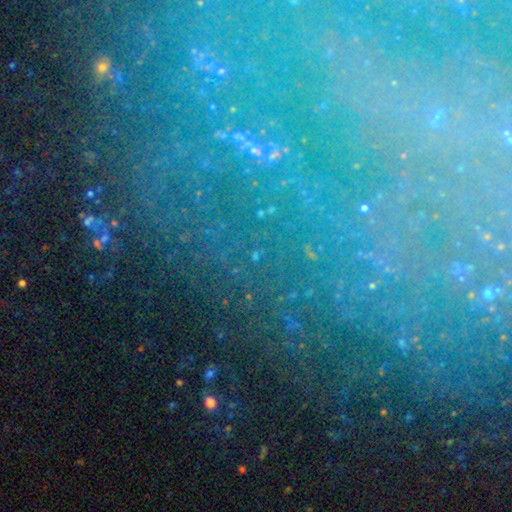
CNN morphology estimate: A star or artifact, not a galaxy (71%).

Vote fractions:
- Smooth or featured? star or artifact: 71% / featured or disk: 18% / smooth: 11%